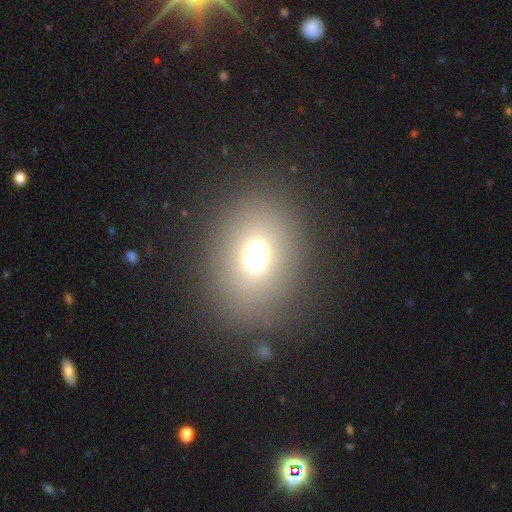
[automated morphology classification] This is likely a smooth galaxy (66%). How rounded: possibly in between (52%). Merging: clearly none (83%).